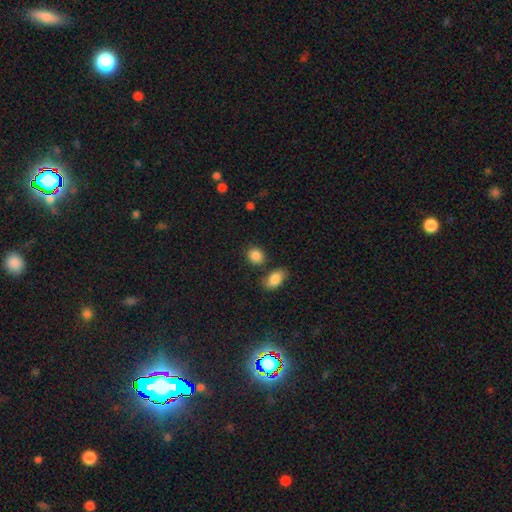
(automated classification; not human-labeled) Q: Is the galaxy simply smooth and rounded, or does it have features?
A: smooth — 87%.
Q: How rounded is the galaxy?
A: round — 64%.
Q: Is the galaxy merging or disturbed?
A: none — 78%.